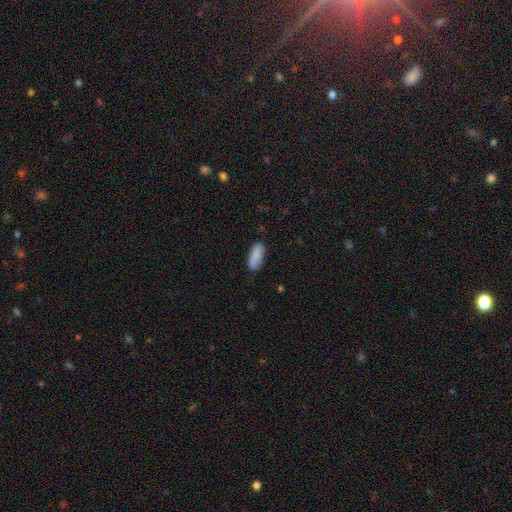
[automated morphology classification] This appears to be a smooth galaxy with no disk features (89%) that is in between round and cigar-shaped (76%). Merging: none (85%).